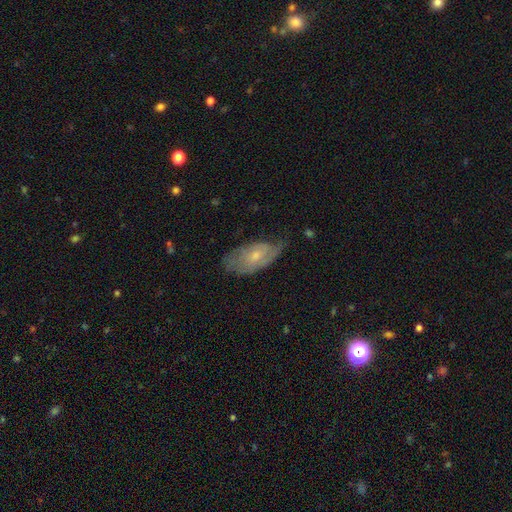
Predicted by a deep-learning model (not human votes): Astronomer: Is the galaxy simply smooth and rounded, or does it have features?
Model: featured or disk — 50% (runner-up: smooth, 43%).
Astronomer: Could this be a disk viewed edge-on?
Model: no — 90%.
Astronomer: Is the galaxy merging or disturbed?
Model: none — 48% (runner-up: minor disturbance, 35%).